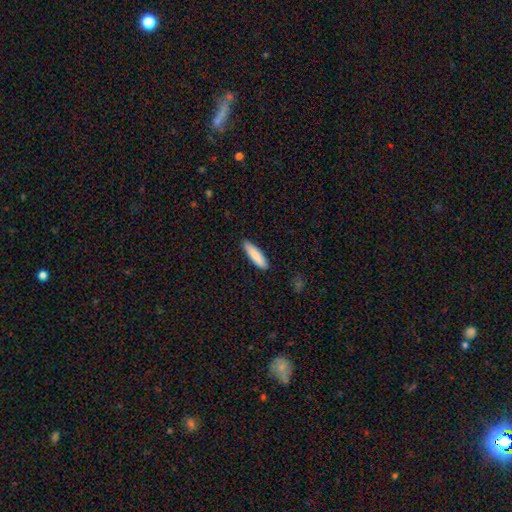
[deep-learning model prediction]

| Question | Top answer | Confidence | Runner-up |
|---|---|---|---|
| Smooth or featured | smooth | 87% | featured or disk (8%) |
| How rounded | cigar-shaped | 74% | in between (25%) |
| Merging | none | 89% | minor disturbance (8%) |